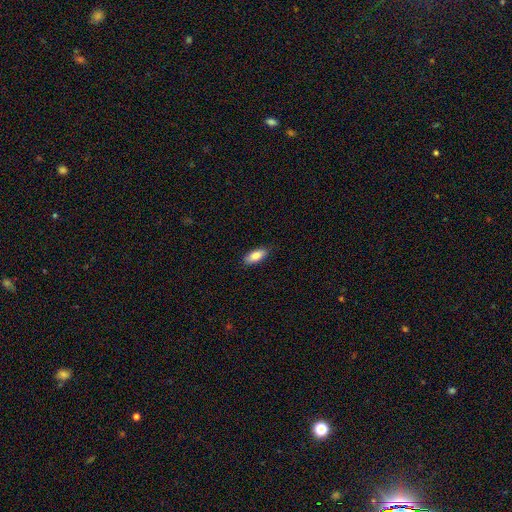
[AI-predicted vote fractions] A smooth galaxy with no disk features (84%) that is in between round and cigar-shaped (83%). Merging: none (86%).